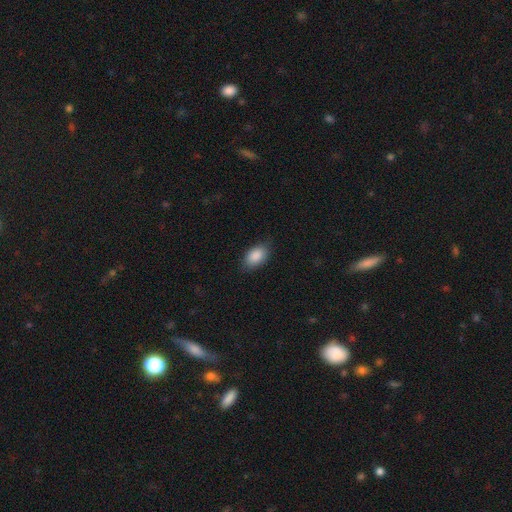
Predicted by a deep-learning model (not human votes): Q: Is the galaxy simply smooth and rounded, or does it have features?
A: smooth — 89%.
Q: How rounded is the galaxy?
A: in between — 92%.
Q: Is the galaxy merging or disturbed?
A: none — 81%.